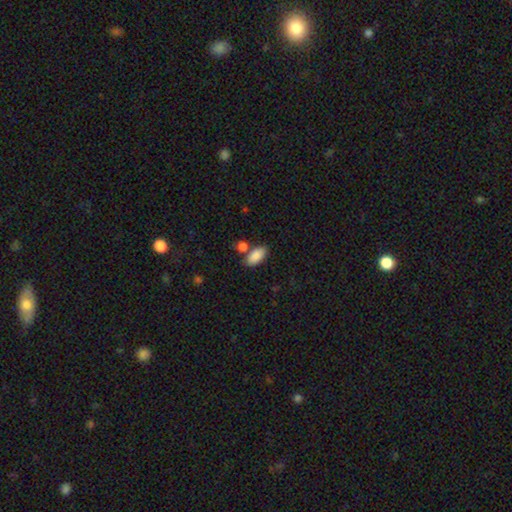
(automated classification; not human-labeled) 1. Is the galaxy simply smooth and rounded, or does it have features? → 87% smooth, 7% star or artifact, 6% featured or disk.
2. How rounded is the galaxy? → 91% in between, 6% cigar-shaped, 3% round.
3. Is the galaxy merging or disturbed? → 68% none, 17% merger, 12% minor disturbance, 3% major disturbance.